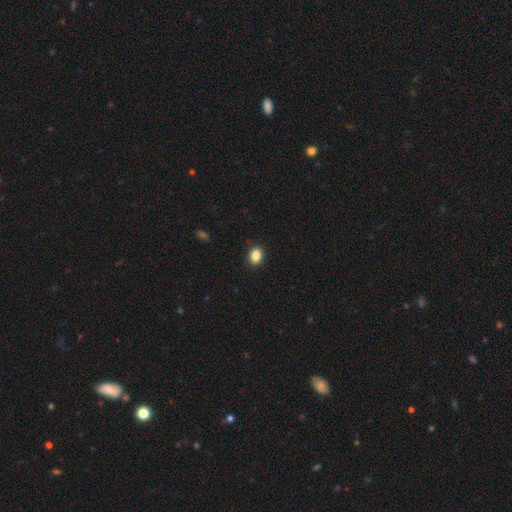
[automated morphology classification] smooth_or_featured: smooth (p=0.87) [alt: star or artifact p=0.09]
how_rounded: in between (p=0.57) [alt: round p=0.42]
merging: none (p=0.91) [alt: minor disturbance p=0.07]